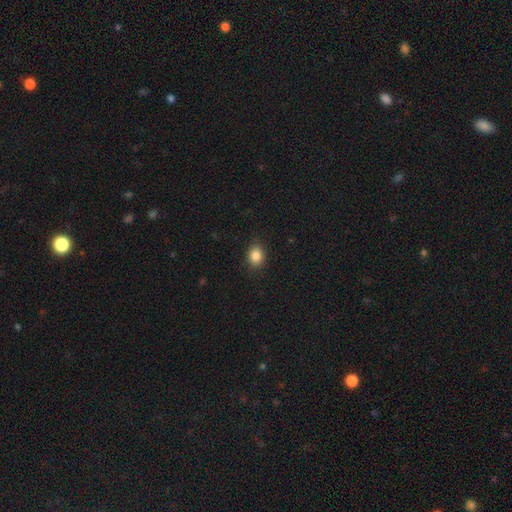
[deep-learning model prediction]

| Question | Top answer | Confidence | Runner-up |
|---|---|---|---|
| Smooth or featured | smooth | 85% | star or artifact (10%) |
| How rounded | round | 50% | in between (49%) |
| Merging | none | 87% | minor disturbance (10%) |